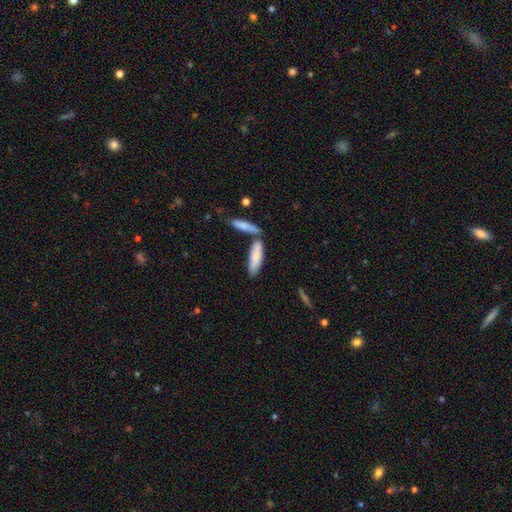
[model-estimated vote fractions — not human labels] Morphology: type=smooth (80%); roundness=cigar-shaped (58%); merging=none (58%).